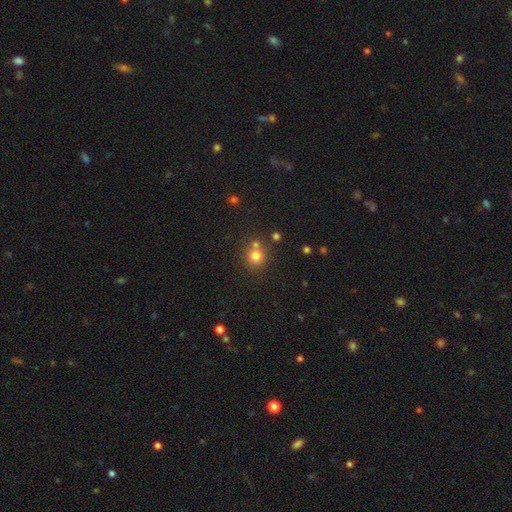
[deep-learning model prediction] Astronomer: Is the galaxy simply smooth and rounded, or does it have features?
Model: smooth — 77%.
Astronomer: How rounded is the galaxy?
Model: round — 86%.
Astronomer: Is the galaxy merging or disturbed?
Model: none — 61%.